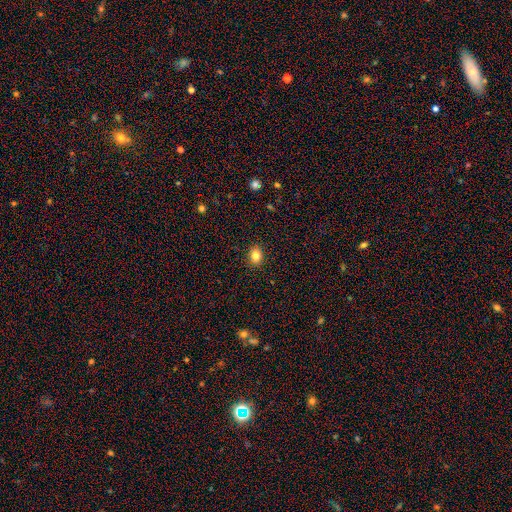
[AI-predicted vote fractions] smooth 83%, star or artifact 11%, featured or disk 7%. Down the decision tree: how rounded — in between (52%); merging — none (90%).